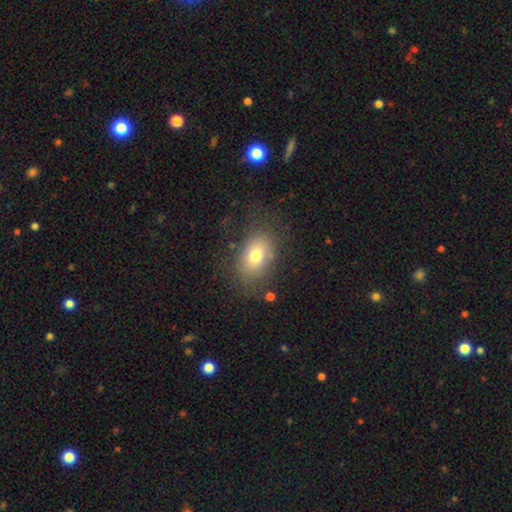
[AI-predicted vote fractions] Smooth or featured? Predicted: smooth (p=0.75). How rounded? Predicted: in between (p=0.80). Merging? Predicted: none (p=0.73).